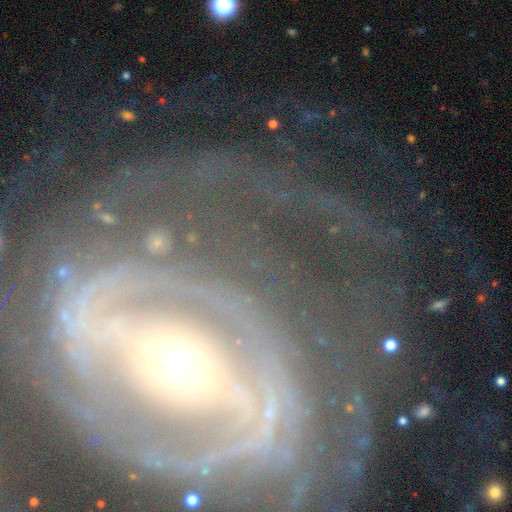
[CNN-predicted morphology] A featured or disk galaxy (88%) with a strong bar (52%), 2 (43%) tight (56%) spiral arms (92%) and a small central bulge (63%).

Vote fractions:
- Smooth or featured? featured or disk: 88% / star or artifact: 6% / smooth: 6%
- Edge-on disk? no: 96% / yes: 4%
- Bar? strong: 52% / weak: 26% / no: 22%
- Spiral arms? yes: 92% / no: 8%
- Spiral winding? tight: 56% / medium: 32% / loose: 12%
- Spiral arm count? 2: 43% / can't tell: 22% / 3: 12% / 4: 8% / more than 4: 8% / 1: 7%
- Bulge size? small: 63% / moderate: 29% / large: 5% / dominant: 2% / none: 1%
- Merging? none: 66% / major disturbance: 16% / minor disturbance: 15% / merger: 3%